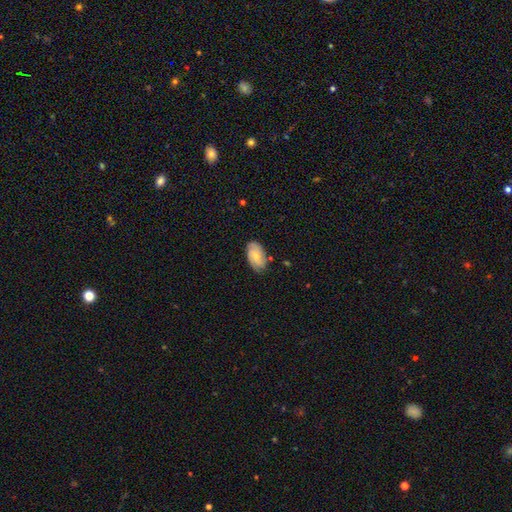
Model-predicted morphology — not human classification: Smooth or featured?
  - smooth: 59% *
  - featured or disk: 35%
  - star or artifact: 7%
How rounded?
  - in between: 93% *
  - round: 5%
  - cigar-shaped: 2%
Merging?
  - none: 77% *
  - minor disturbance: 18%
  - major disturbance: 3%
  - merger: 2%